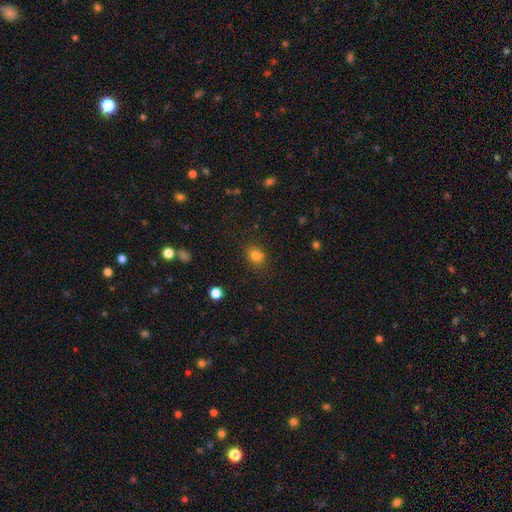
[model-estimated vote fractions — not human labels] This is likely a smooth galaxy (78%). How rounded: possibly round (58%). Merging: likely none (72%).